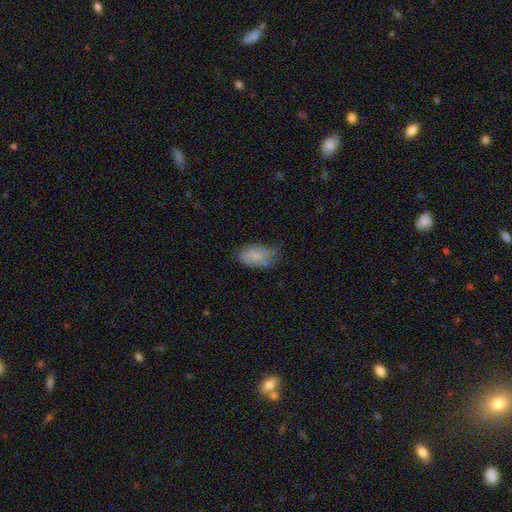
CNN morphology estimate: smooth-or-featured: smooth: 76% | featured or disk: 17% | star or artifact: 7%
  how-rounded: in between: 93% | round: 5% | cigar-shaped: 2%
  merging: none: 57% | minor disturbance: 33% | major disturbance: 9% | merger: 2%